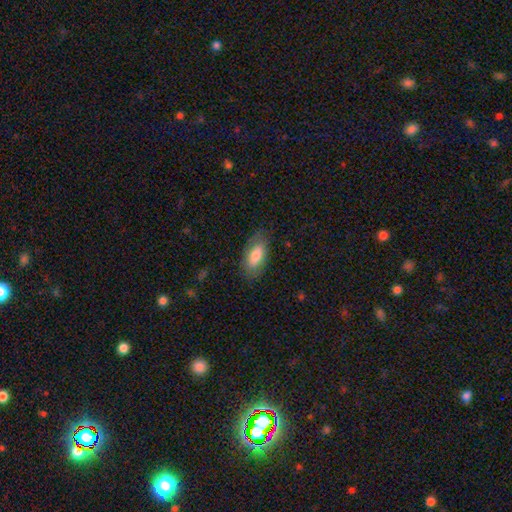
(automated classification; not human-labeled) smooth-or-featured: smooth: 75% | featured or disk: 19% | star or artifact: 6%
  how-rounded: in between: 86% | cigar-shaped: 11% | round: 3%
  merging: none: 79% | minor disturbance: 16% | major disturbance: 5% | merger: 1%